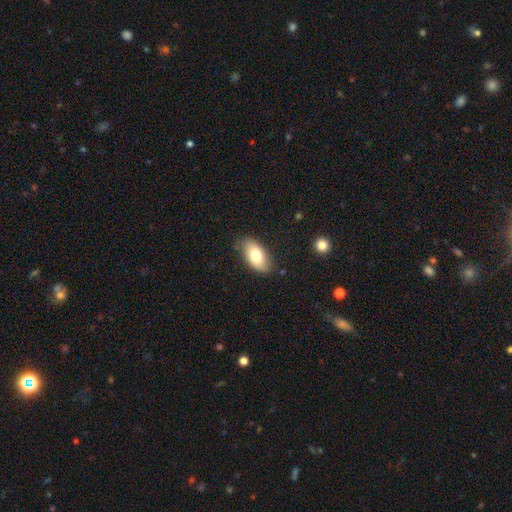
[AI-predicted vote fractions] A smooth galaxy with no disk features (76%) that is in between round and cigar-shaped (93%). Merging: none (80%).